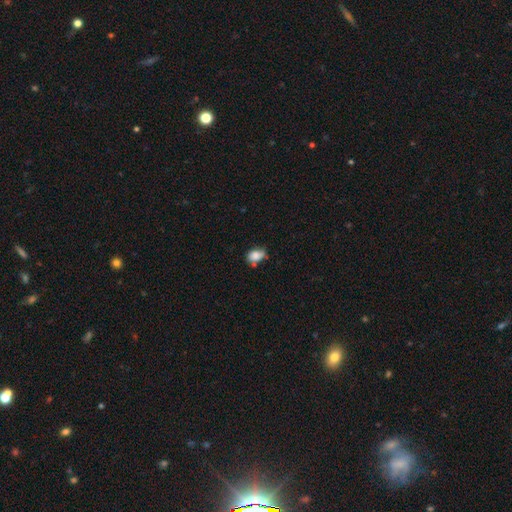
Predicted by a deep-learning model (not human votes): This is clearly a smooth galaxy (82%). How rounded: likely in between (80%). Merging: possibly none (51%).